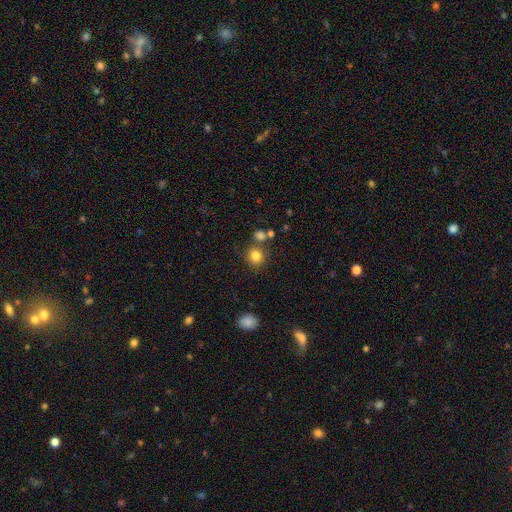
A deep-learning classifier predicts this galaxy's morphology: Smooth or featured: smooth — 83% (star or artifact — 12%)
How rounded: round — 84% (in between — 15%)
Merging: none — 73% (merger — 13%)